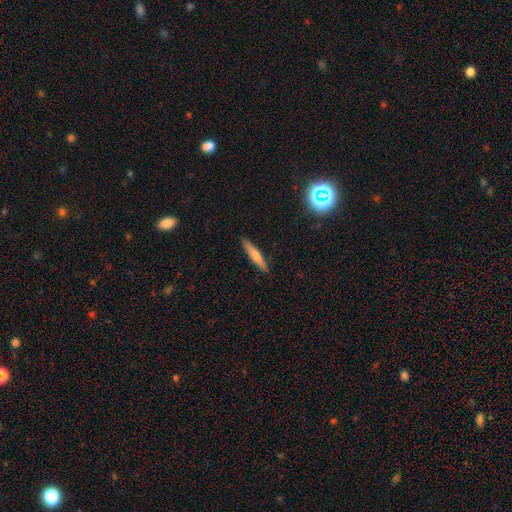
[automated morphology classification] This is likely a smooth galaxy (65%). How rounded: clearly cigar-shaped (91%). Merging: clearly none (90%).